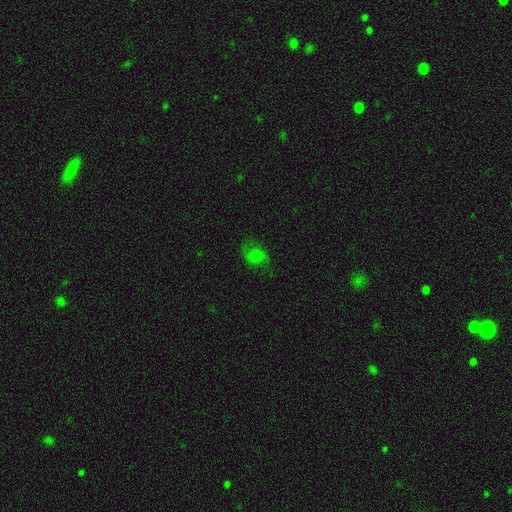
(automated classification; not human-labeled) Morphology: type=smooth (53%); roundness=in between (59%); merging=none (59%).